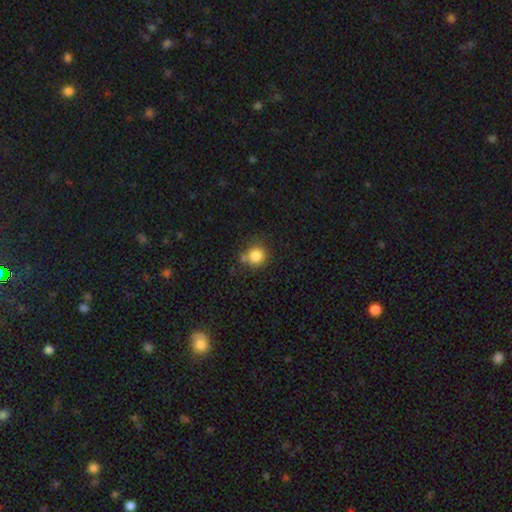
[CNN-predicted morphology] Smooth or featured? smooth (83%)
How rounded? round (90%)
Merging? none (67%)